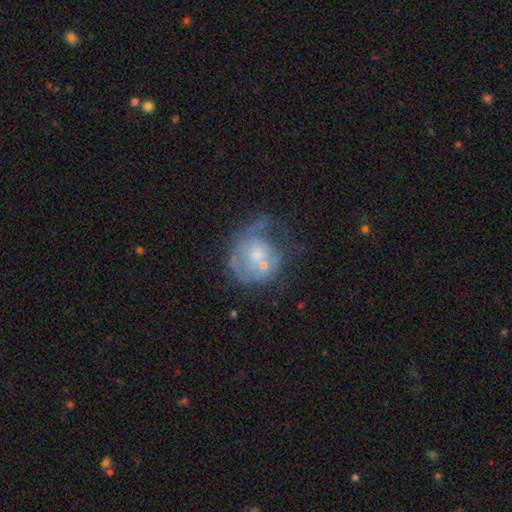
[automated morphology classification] Smooth or featured: featured or disk — 60% (smooth — 32%)
Edge-on disk: no — 98% (yes — 2%)
Bar: no — 84% (weak — 13%)
Spiral arms: yes — 50% (tied with no — 50%)
Bulge size: small — 48% (moderate — 39%)
Merging: major disturbance — 32% (none — 31%)